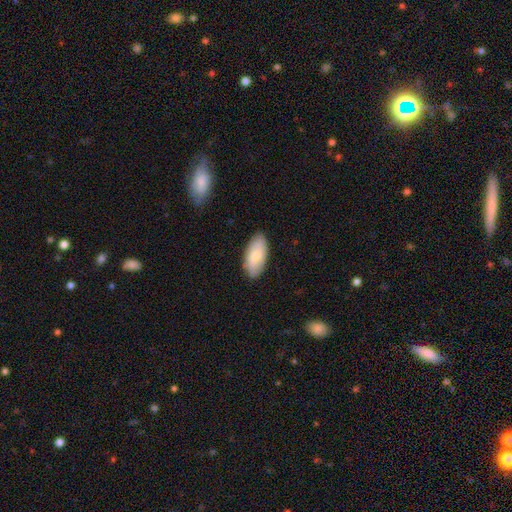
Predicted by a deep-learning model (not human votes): A smooth galaxy with no disk features (75%) that is in between round and cigar-shaped (92%). Merging: none (85%).